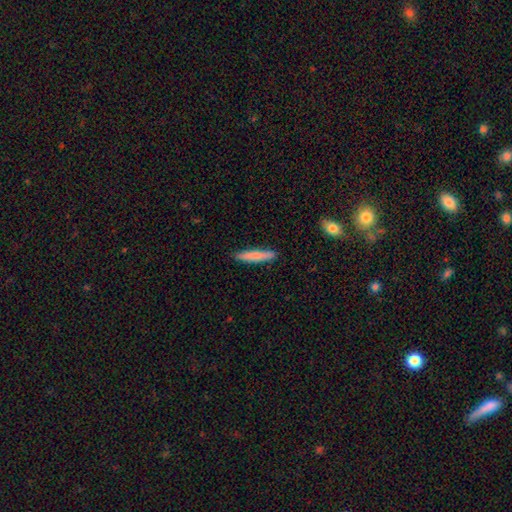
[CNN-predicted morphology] smooth-or-featured: smooth: 78% | featured or disk: 17% | star or artifact: 6%
  how-rounded: cigar-shaped: 93% | in between: 6% | round: 1%
  merging: none: 88% | minor disturbance: 9% | major disturbance: 2% | merger: 1%